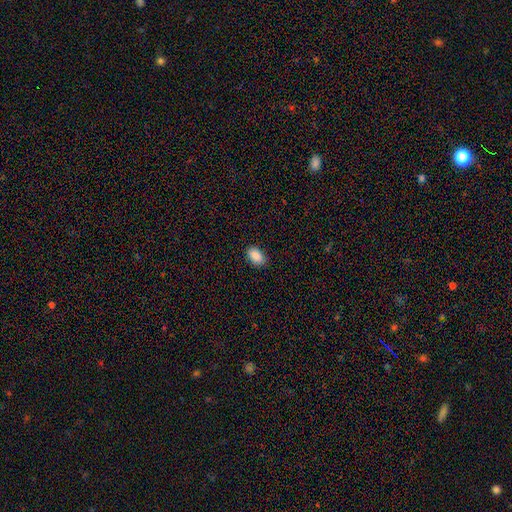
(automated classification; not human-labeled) smooth_or_featured: smooth (p=0.89) [alt: star or artifact p=0.07]
how_rounded: in between (p=0.90) [alt: round p=0.08]
merging: none (p=0.87) [alt: minor disturbance p=0.10]